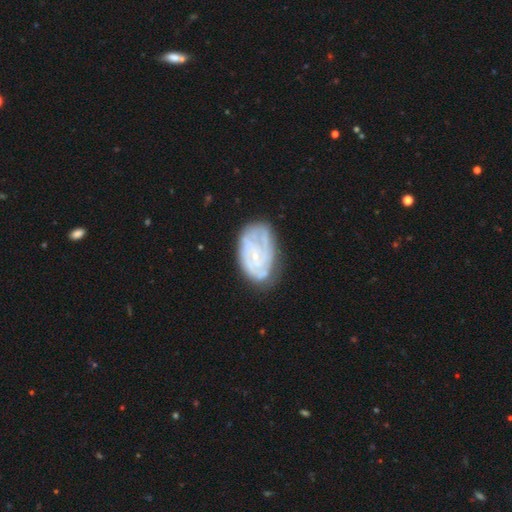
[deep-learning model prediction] This appears to be a featured or disk galaxy (74%) with no bar (74%), tight (65%) spiral arms (82%) and a small central bulge (78%). Merging: none (61%).